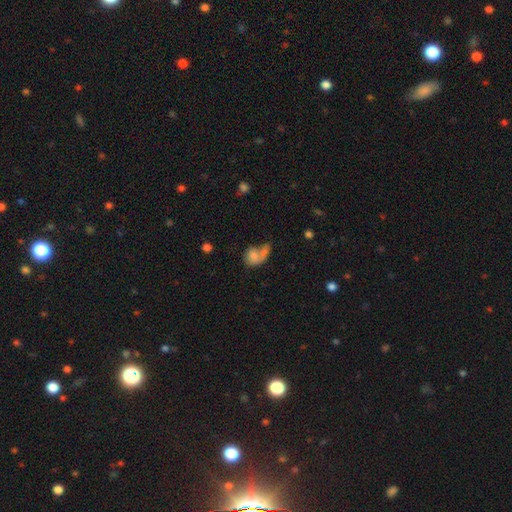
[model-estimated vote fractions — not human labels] smooth-or-featured: smooth: 68% | featured or disk: 21% | star or artifact: 11%
  how-rounded: in between: 64% | round: 33% | cigar-shaped: 3%
  merging: merger: 44% | none: 25% | major disturbance: 18% | minor disturbance: 13%